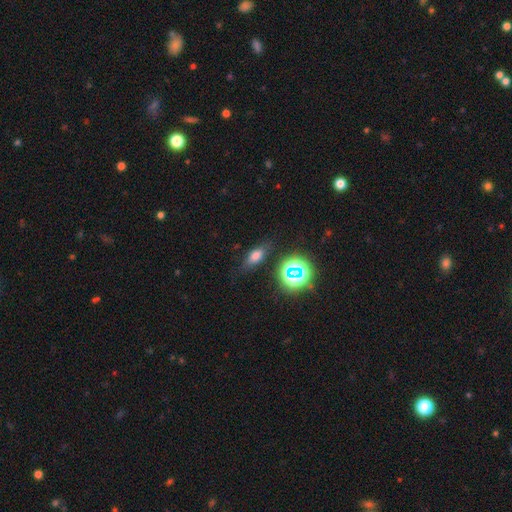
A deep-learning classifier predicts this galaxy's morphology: smooth 63%, star or artifact 21%, featured or disk 16%. Down the decision tree: how rounded — in between (68%); merging — none (78%).